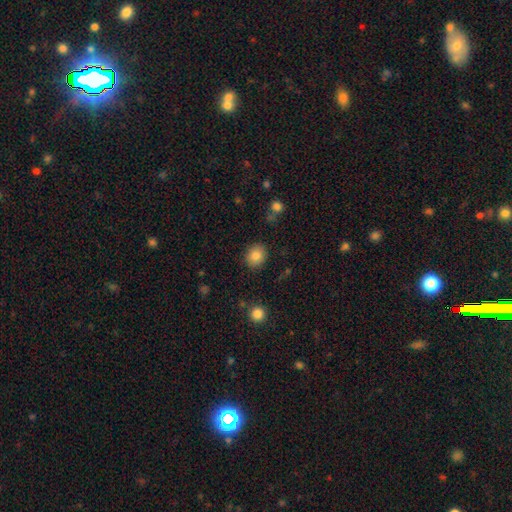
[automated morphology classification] Smooth or featured? smooth (84%)
How rounded? round (73%)
Merging? none (87%)